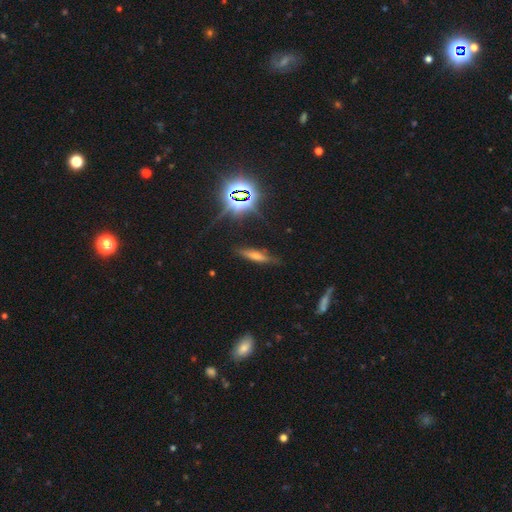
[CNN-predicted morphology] Q: Smooth or featured?
A: smooth (38%); runner-up: featured or disk (33%)
Q: Merging?
A: none (77%); runner-up: minor disturbance (16%)